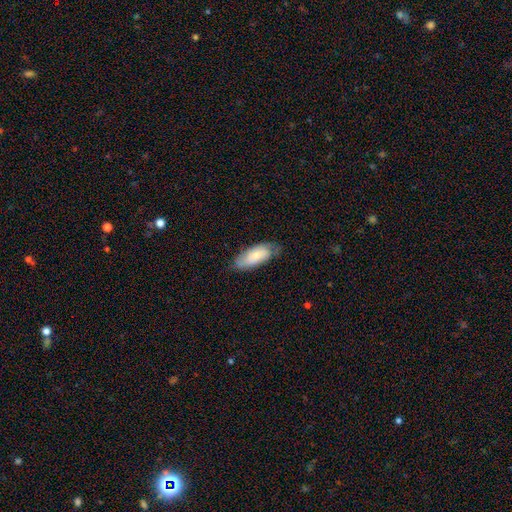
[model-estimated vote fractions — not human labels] A smooth galaxy with no disk features (69%) that is in between round and cigar-shaped (82%).

Vote fractions:
- Smooth or featured? smooth: 69% / featured or disk: 25% / star or artifact: 6%
- How rounded? in between: 82% / cigar-shaped: 17% / round: 2%
- Merging? none: 68% / minor disturbance: 25% / major disturbance: 5% / merger: 1%